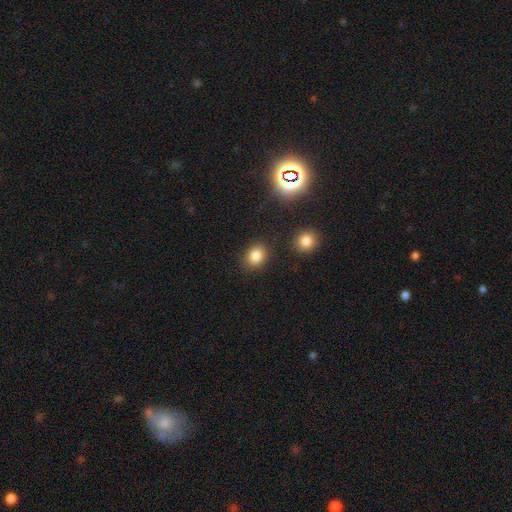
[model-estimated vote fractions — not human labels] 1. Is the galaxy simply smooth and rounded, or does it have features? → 82% smooth, 12% star or artifact, 6% featured or disk.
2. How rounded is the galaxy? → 57% round, 42% in between, 1% cigar-shaped.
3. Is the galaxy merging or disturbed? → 85% none, 9% minor disturbance, 4% merger, 3% major disturbance.